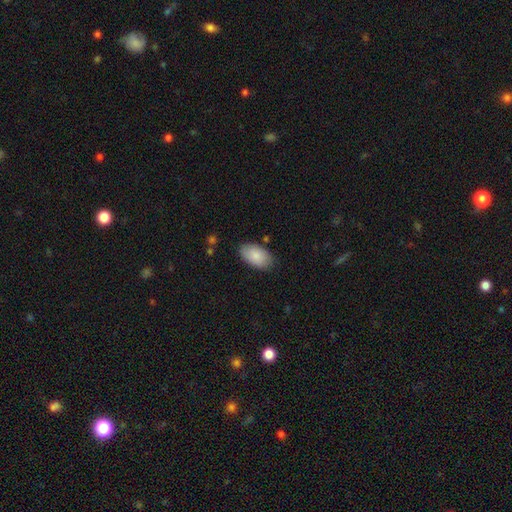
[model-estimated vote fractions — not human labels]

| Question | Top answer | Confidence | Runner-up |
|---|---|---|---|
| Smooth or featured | smooth | 86% | featured or disk (8%) |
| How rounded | in between | 95% | round (4%) |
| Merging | none | 82% | minor disturbance (13%) |